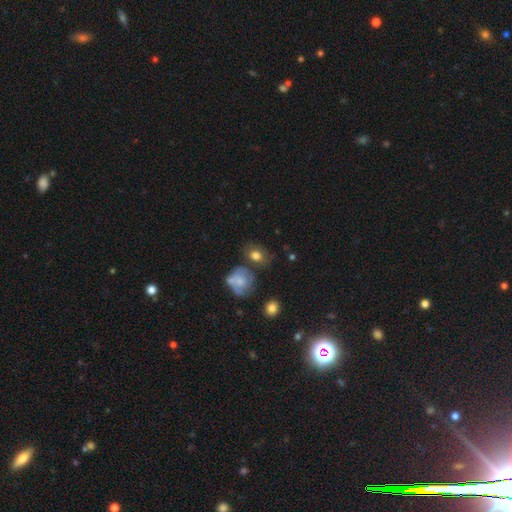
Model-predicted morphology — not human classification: Smooth or featured? smooth (71%)
How rounded? in between (57%)
Merging? none (58%)